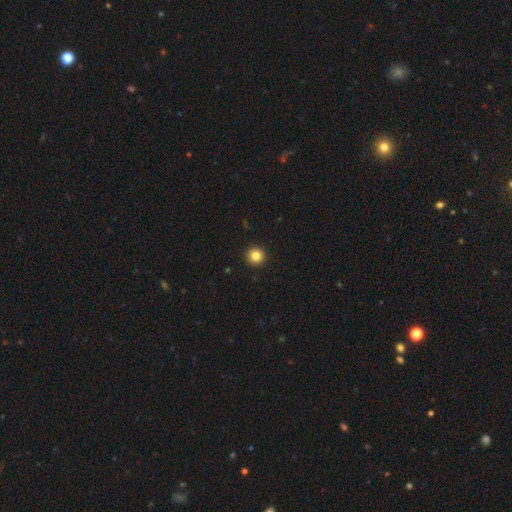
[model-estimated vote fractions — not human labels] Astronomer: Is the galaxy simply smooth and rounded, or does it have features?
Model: smooth — 85%.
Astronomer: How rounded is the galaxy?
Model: round — 95%.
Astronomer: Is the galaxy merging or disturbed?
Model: none — 94%.